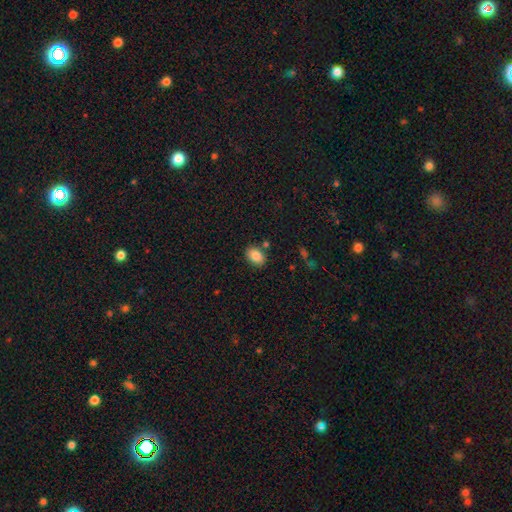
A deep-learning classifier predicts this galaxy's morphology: Smooth or featured? Predicted: smooth (p=0.85). How rounded? Predicted: in between (p=0.82). Merging? Predicted: none (p=0.83).